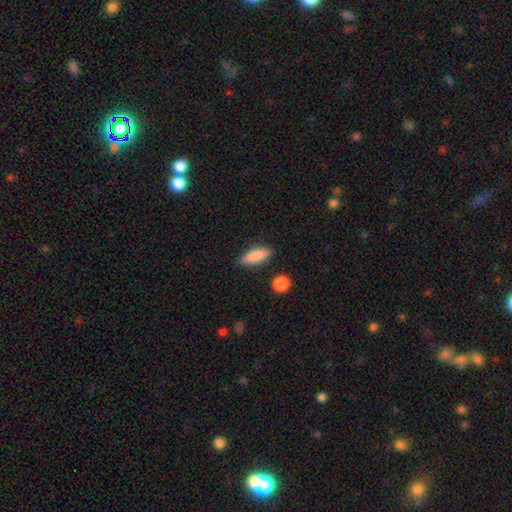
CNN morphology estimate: Smooth or featured?
  - smooth: 81% *
  - featured or disk: 12%
  - star or artifact: 7%
How rounded?
  - in between: 56% *
  - cigar-shaped: 41%
  - round: 3%
Merging?
  - none: 80% *
  - minor disturbance: 14%
  - major disturbance: 3%
  - merger: 3%